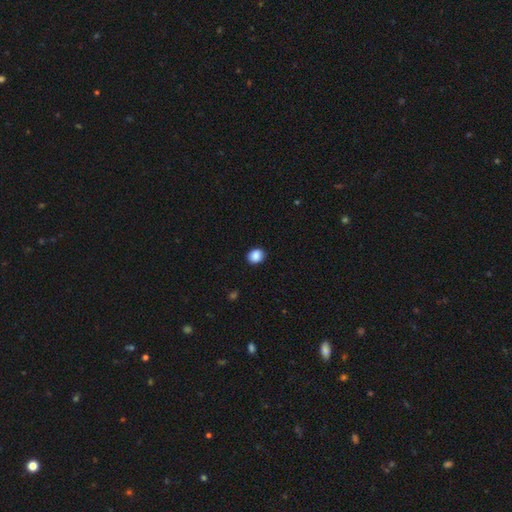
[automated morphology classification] type=smooth (88%); roundness=round (64%); merging=none (89%).